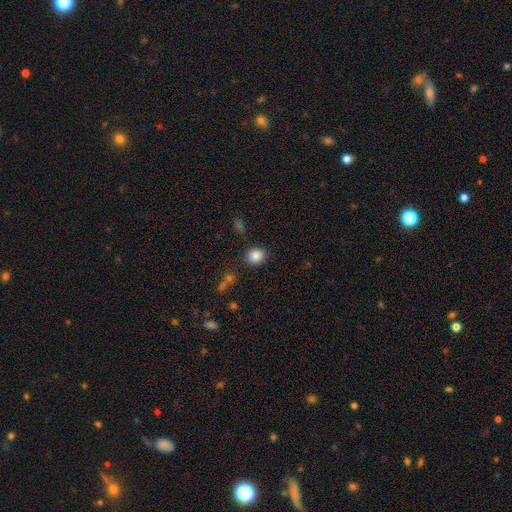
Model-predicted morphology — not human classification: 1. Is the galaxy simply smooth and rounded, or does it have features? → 86% smooth, 10% star or artifact, 4% featured or disk.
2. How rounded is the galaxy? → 83% round, 16% in between, 1% cigar-shaped.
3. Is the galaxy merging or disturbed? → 84% none, 9% minor disturbance, 4% merger, 3% major disturbance.